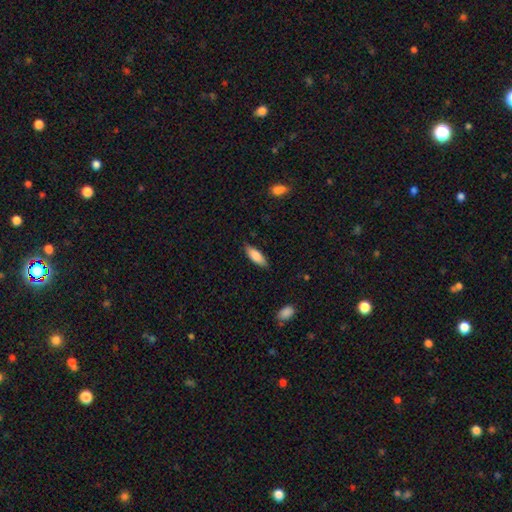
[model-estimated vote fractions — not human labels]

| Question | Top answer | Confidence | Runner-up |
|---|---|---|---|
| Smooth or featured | smooth | 81% | featured or disk (13%) |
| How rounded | in between | 62% | cigar-shaped (36%) |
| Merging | none | 83% | minor disturbance (13%) |